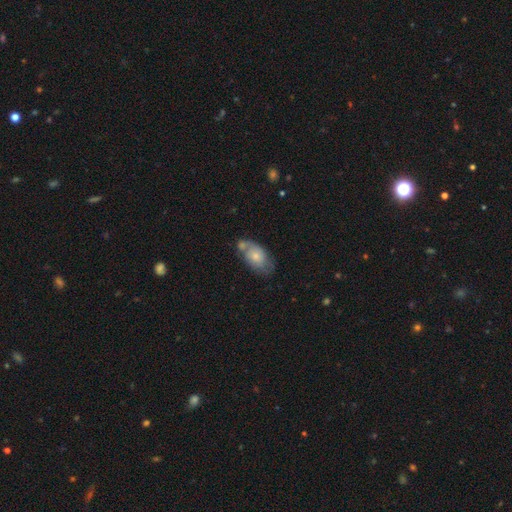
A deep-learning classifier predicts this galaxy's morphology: Smooth or featured?
  - smooth: 59% *
  - featured or disk: 34%
  - star or artifact: 7%
How rounded?
  - in between: 90% *
  - round: 8%
  - cigar-shaped: 2%
Merging?
  - none: 42% *
  - merger: 25%
  - minor disturbance: 23%
  - major disturbance: 9%